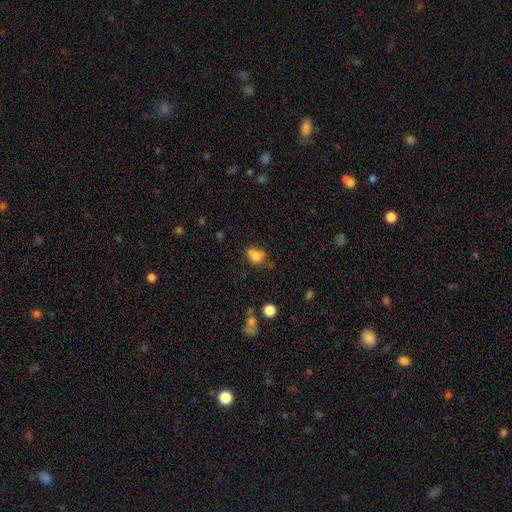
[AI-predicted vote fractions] smooth-or-featured: smooth: 74% | featured or disk: 14% | star or artifact: 13%
  how-rounded: round: 50% | in between: 49% | cigar-shaped: 1%
  merging: none: 49% | merger: 22% | minor disturbance: 21% | major disturbance: 8%